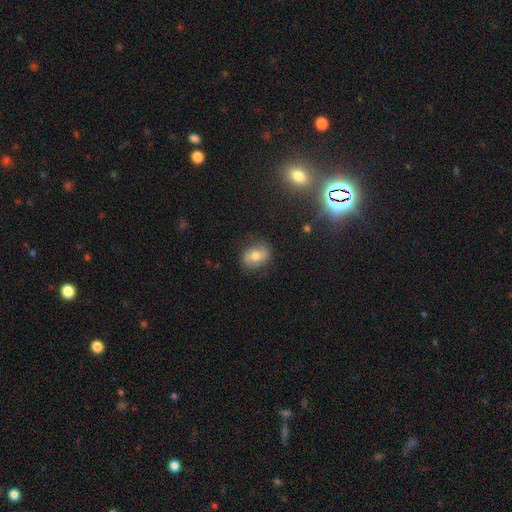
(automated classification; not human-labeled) A smooth galaxy with no disk features (62%) that is in between round and cigar-shaped (57%).

Vote fractions:
- Smooth or featured? smooth: 62% / featured or disk: 27% / star or artifact: 12%
- How rounded? in between: 57% / round: 42% / cigar-shaped: 1%
- Merging? none: 79% / minor disturbance: 15% / major disturbance: 4% / merger: 1%